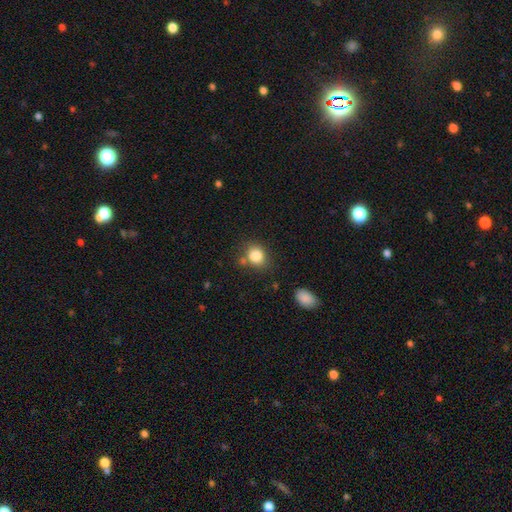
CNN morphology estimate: Overall: smooth (83%). How rounded: round (61%; in between 38%). Merging: none (63%).